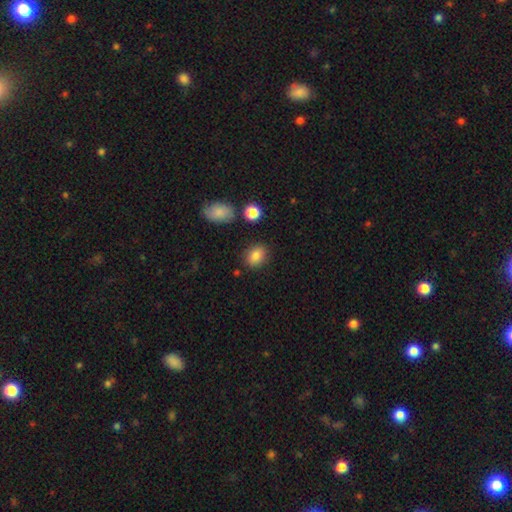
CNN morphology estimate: smooth-or-featured: smooth: 84% | star or artifact: 9% | featured or disk: 7%
  how-rounded: in between: 67% | round: 32% | cigar-shaped: 1%
  merging: none: 84% | minor disturbance: 10% | major disturbance: 3% | merger: 3%